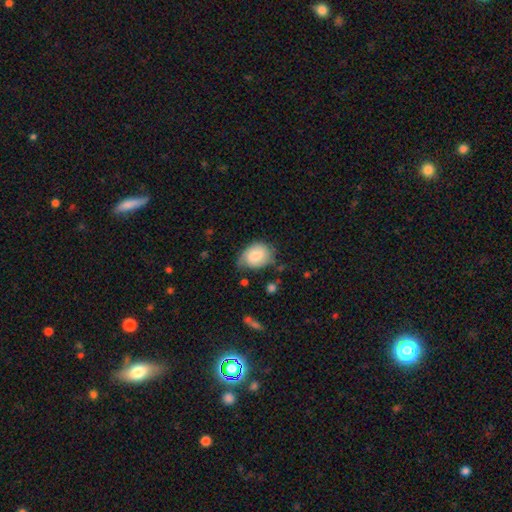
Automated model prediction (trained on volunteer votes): This appears to be a smooth galaxy with no disk features (71%) that is in between round and cigar-shaped (64%). Merging: none (53%).